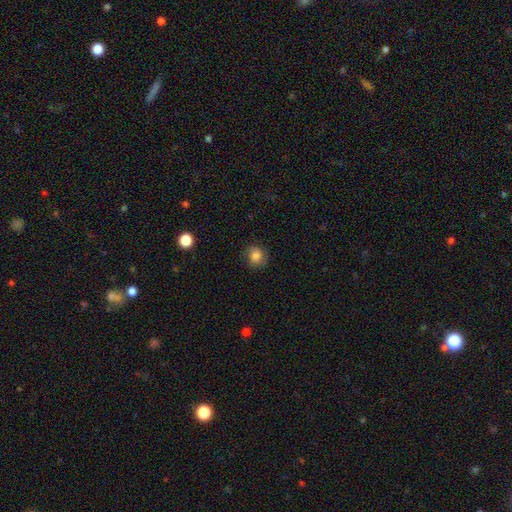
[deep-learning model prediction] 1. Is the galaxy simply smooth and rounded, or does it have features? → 78% smooth, 12% featured or disk, 11% star or artifact.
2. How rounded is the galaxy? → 80% round, 19% in between, 1% cigar-shaped.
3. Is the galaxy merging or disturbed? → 78% none, 16% minor disturbance, 5% major disturbance, 1% merger.